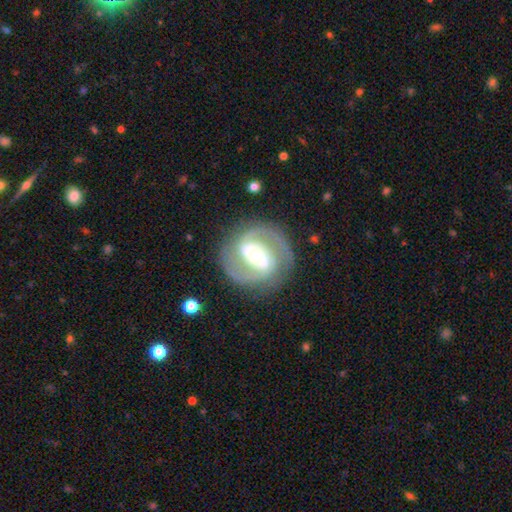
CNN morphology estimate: A featured or disk galaxy (88%) with a strong bar (42%), 2 (88%) medium (49%) spiral arms (95%) and a moderate central bulge (58%). Merging: none (82%).